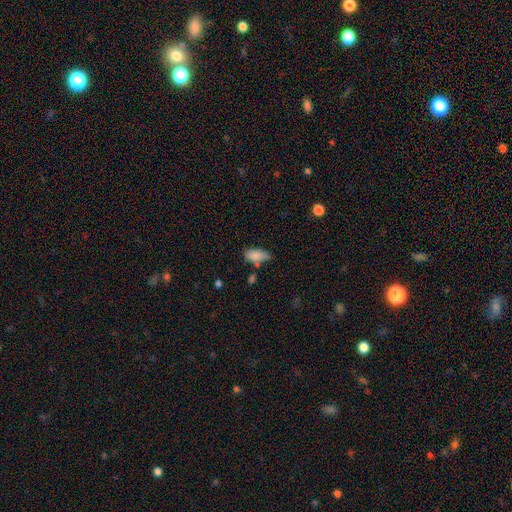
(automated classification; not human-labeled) Morphology: type=smooth (83%); roundness=in between (88%); merging=none (49%).